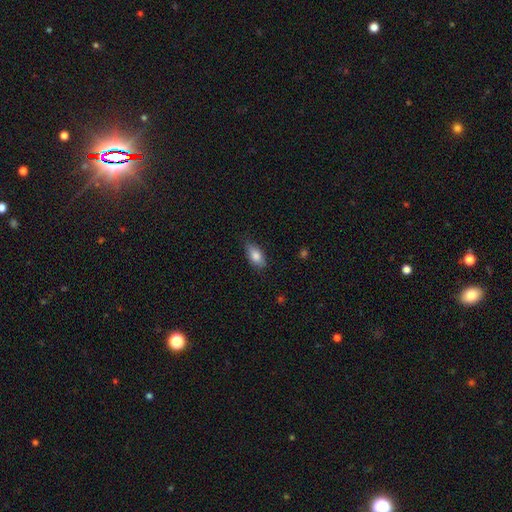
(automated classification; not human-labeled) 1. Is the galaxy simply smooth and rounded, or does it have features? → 82% smooth, 11% featured or disk, 7% star or artifact.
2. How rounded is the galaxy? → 88% in between, 8% cigar-shaped, 4% round.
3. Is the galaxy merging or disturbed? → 77% none, 19% minor disturbance, 3% major disturbance, 1% merger.